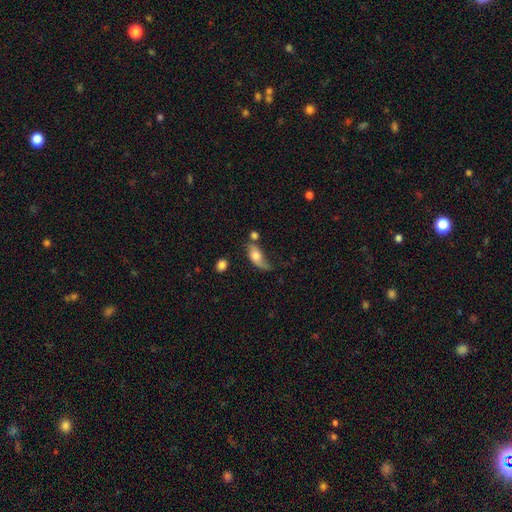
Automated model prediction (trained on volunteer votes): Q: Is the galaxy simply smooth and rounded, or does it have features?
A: smooth — 52%.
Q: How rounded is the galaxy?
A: in between — 79%.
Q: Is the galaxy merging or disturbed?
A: none — 34%.